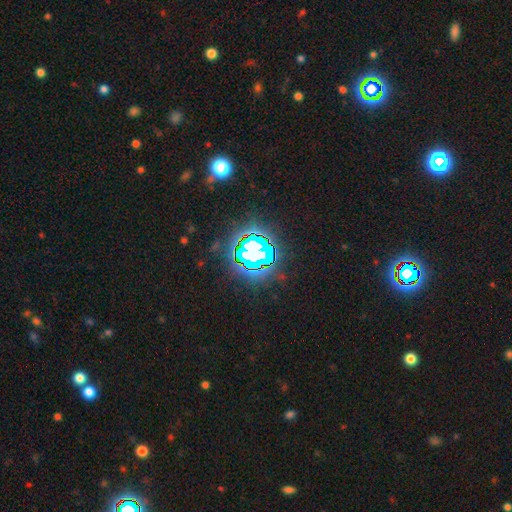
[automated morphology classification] This is likely a star or artifact rather than a galaxy (70%).